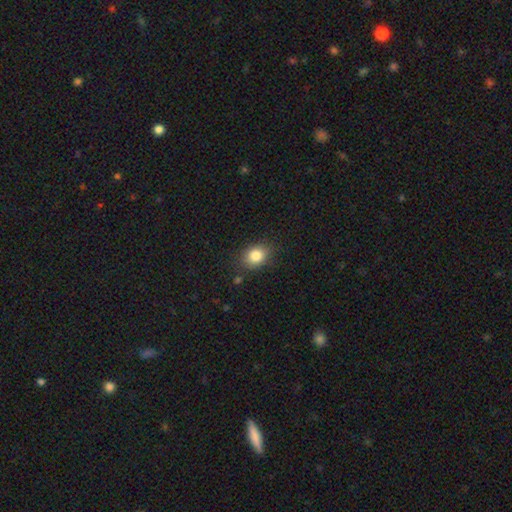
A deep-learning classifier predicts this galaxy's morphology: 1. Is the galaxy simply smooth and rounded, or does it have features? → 83% smooth, 10% star or artifact, 7% featured or disk.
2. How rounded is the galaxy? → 62% in between, 36% round, 1% cigar-shaped.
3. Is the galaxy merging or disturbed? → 81% none, 13% minor disturbance, 3% major disturbance, 2% merger.